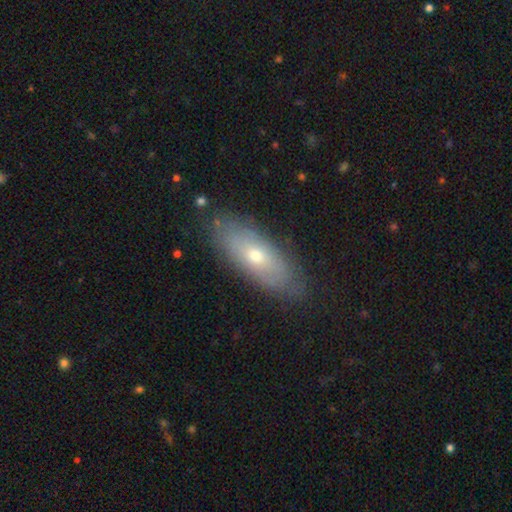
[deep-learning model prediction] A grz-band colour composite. It shows a smooth galaxy with no disk features (51%) that is in between round and cigar-shaped (71%). Merging: none (84%).